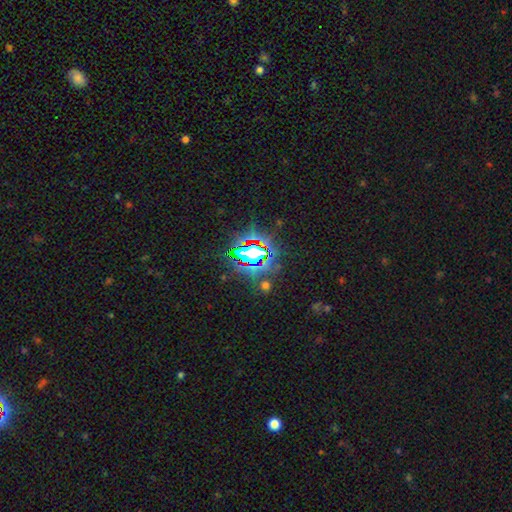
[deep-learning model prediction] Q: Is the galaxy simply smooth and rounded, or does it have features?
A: star or artifact — 81%.